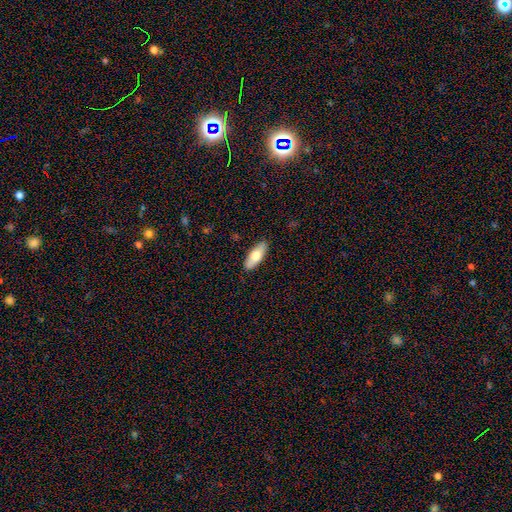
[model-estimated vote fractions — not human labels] Smooth or featured? smooth (71%)
How rounded? in between (77%)
Merging? none (89%)